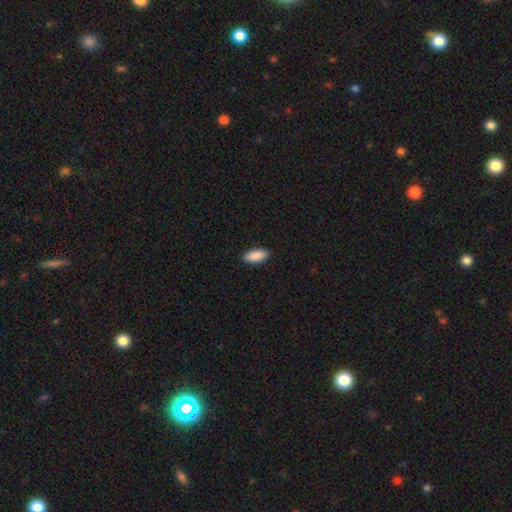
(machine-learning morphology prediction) This is clearly a smooth galaxy (91%). How rounded: clearly in between (88%). Merging: clearly none (90%).